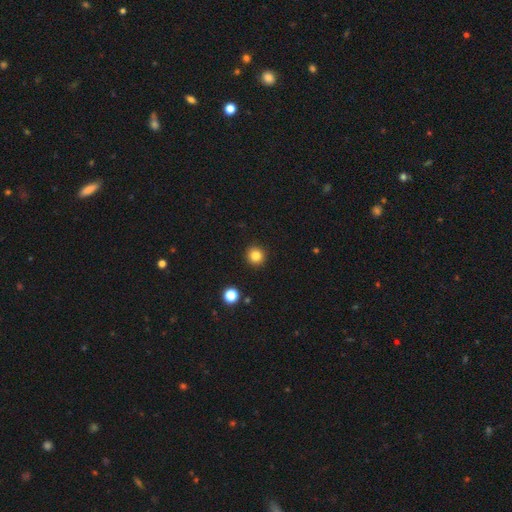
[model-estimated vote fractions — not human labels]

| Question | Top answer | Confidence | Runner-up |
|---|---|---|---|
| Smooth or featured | smooth | 83% | star or artifact (12%) |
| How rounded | round | 94% | in between (5%) |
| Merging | none | 93% | minor disturbance (5%) |